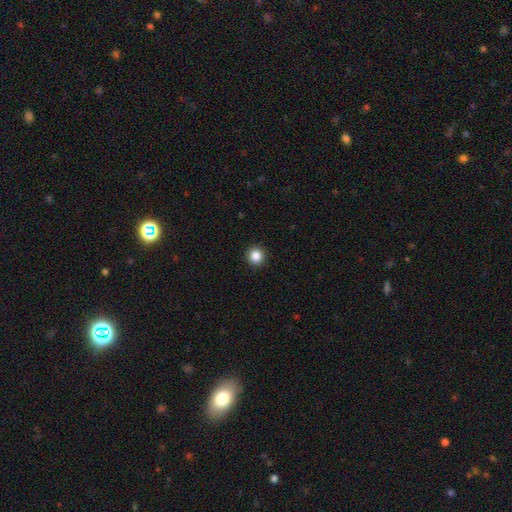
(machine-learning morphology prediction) smooth 86%, star or artifact 10%, featured or disk 4%. Down the decision tree: how rounded — round (94%); merging — none (93%).